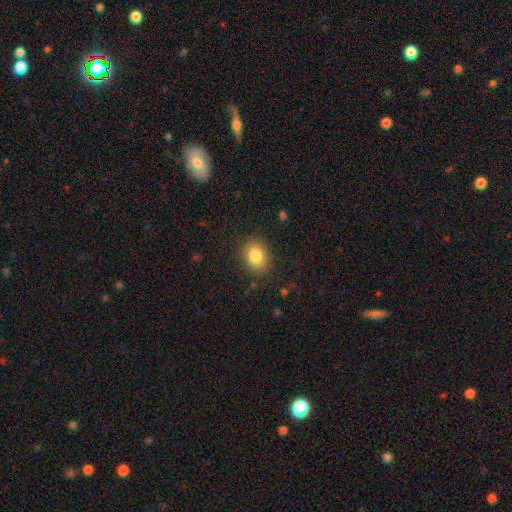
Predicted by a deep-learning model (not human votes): Smooth or featured: smooth — 84% (star or artifact — 9%)
How rounded: in between — 57% (round — 42%)
Merging: none — 84% (minor disturbance — 11%)